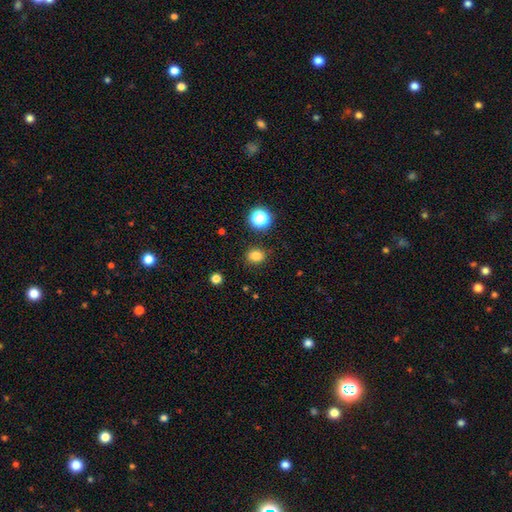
Smooth or featured: smooth — 88% (star or artifact — 10%)
How rounded: round — 54% (in between — 46%)
Merging: none — 92% (minor disturbance — 8%)